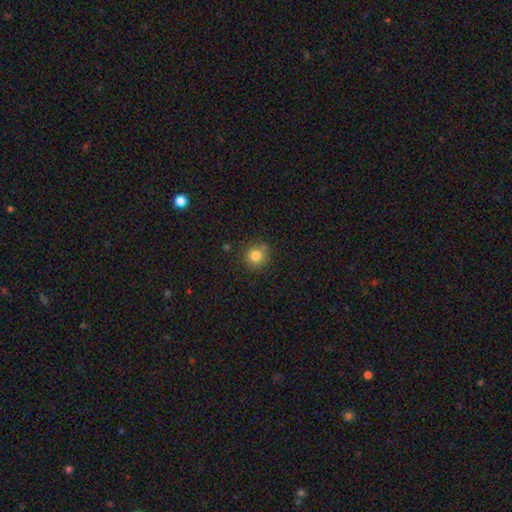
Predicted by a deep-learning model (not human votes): Smooth or featured: smooth — 81% (star or artifact — 12%)
How rounded: round — 90% (in between — 9%)
Merging: none — 78% (minor disturbance — 14%)